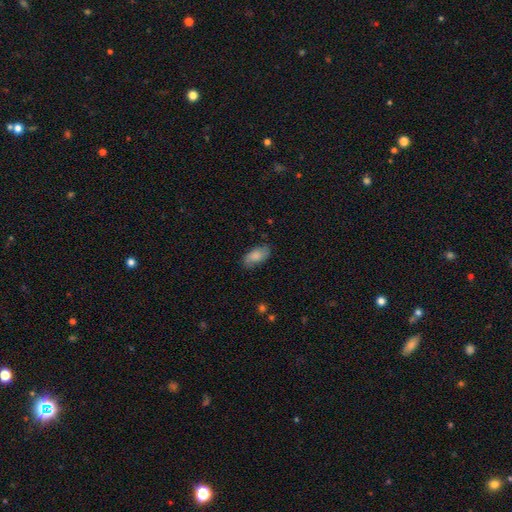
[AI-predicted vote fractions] A smooth galaxy with no disk features (78%) that is in between round and cigar-shaped (92%). Merging: none (75%).